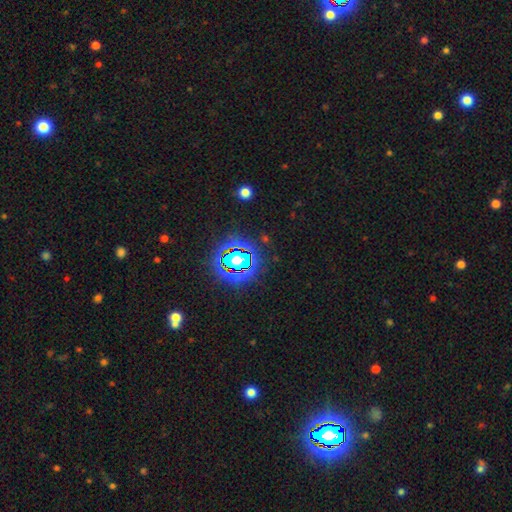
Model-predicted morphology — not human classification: The model was most divided on "smooth or featured": star or artifact: 83%, smooth: 10%, featured or disk: 7%.